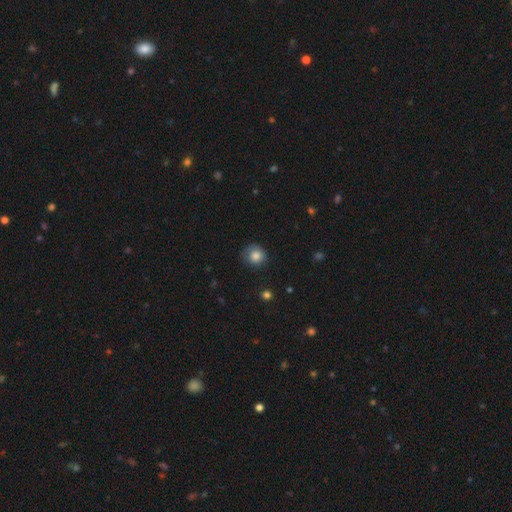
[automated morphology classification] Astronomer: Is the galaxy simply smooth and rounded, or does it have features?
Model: smooth — 83%.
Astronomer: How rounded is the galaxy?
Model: round — 87%.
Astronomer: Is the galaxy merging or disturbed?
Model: none — 73%.